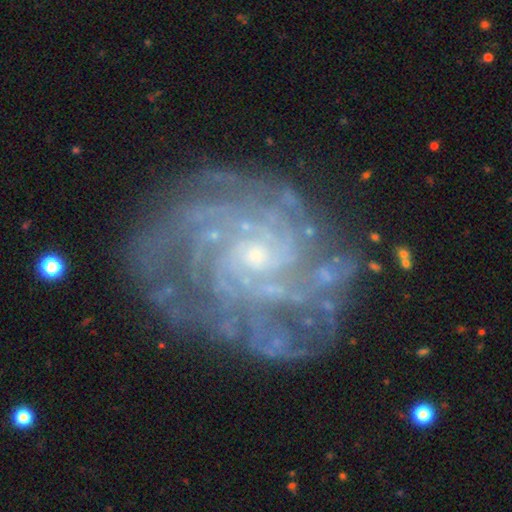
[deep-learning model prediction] The model was most divided on "spiral arm count": can't tell: 28%, more than 4: 22%, 4: 20%, 3: 12%, 2: 10%, 1: 8%. More confident: edge-on disk — no (98%); spiral arms — yes (97%); smooth or featured — featured or disk (88%); bulge size — small (80%); merging — none (75%); bar — no (72%); spiral winding — tight (69%).